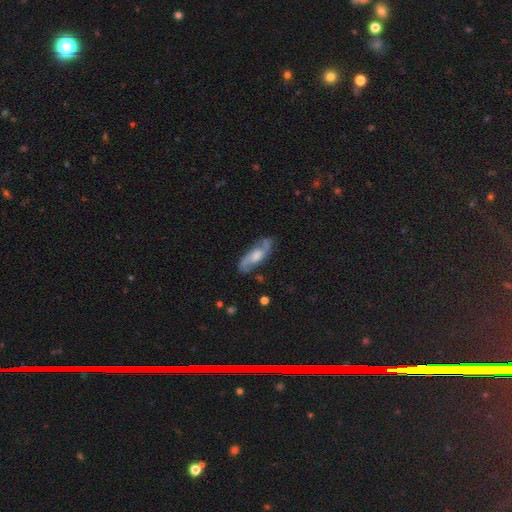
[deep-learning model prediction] A featured or disk galaxy (67%) with no bar (56%), spiral arms (88%) and a moderate central bulge (41%).

Vote fractions:
- Smooth or featured? featured or disk: 67% / smooth: 27% / star or artifact: 6%
- Edge-on disk? no: 83% / yes: 17%
- Bar? no: 56% / weak: 36% / strong: 8%
- Spiral arms? yes: 88% / no: 12%
- Bulge size? moderate: 41% / large: 30% / small: 16% / none: 11% / dominant: 2%
- Merging? none: 71% / minor disturbance: 20% / major disturbance: 7% / merger: 3%